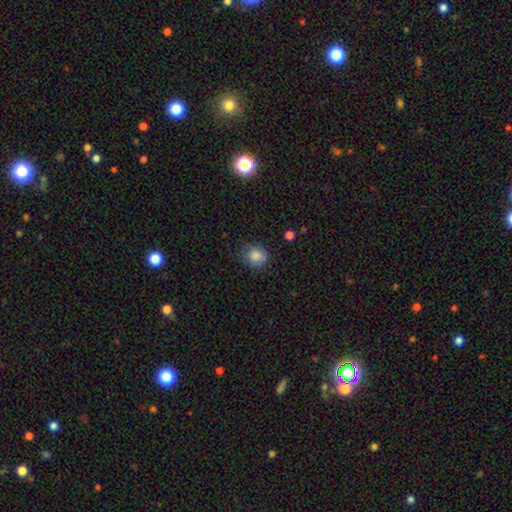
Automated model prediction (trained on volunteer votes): This appears to be a smooth galaxy with no disk features (85%) that is round (78%). Merging: none (73%).